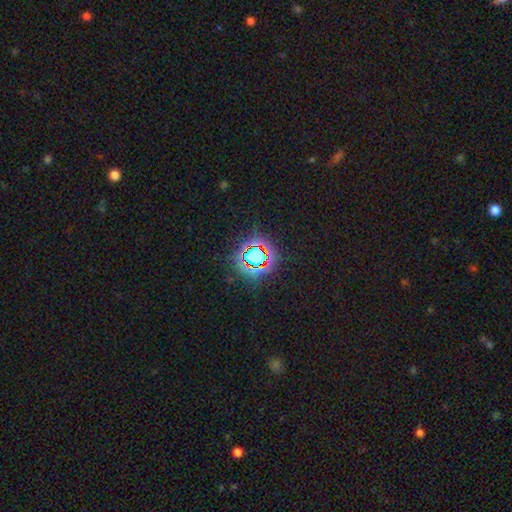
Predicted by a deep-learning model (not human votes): Overall: star or artifact (70%).